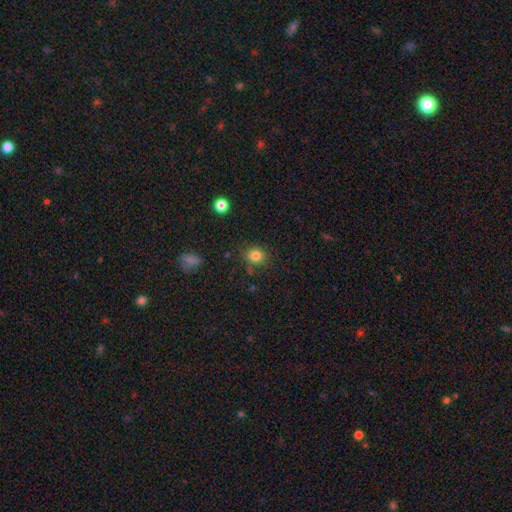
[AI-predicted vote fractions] Overall: smooth (82%). How rounded: round (75%). Merging: none (80%).